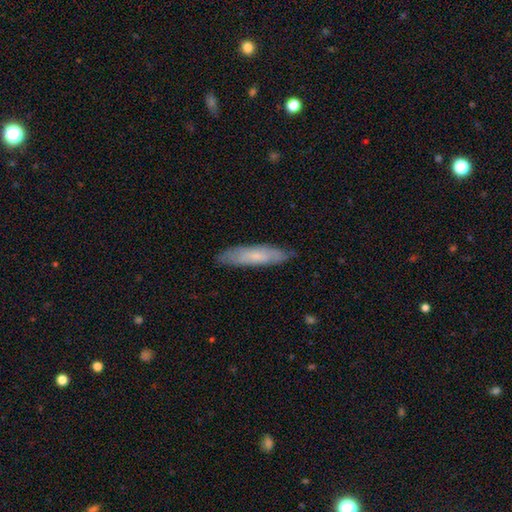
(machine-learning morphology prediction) Q: Smooth or featured?
A: smooth (62%); runner-up: featured or disk (32%)
Q: How rounded?
A: cigar-shaped (77%); runner-up: in between (22%)
Q: Merging?
A: none (83%); runner-up: minor disturbance (13%)